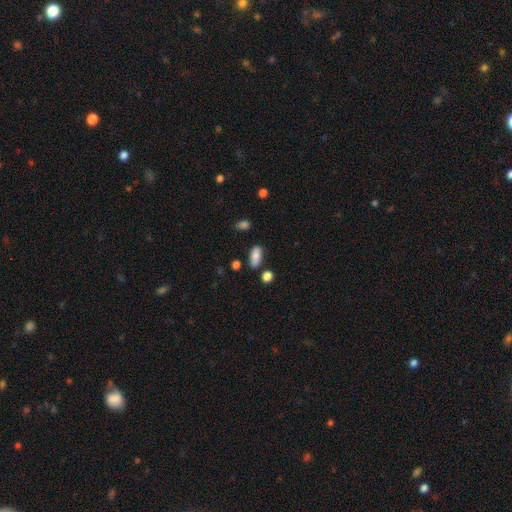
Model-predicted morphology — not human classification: Smooth or featured: smooth — 81% (featured or disk — 11%)
How rounded: in between — 87% (cigar-shaped — 9%)
Merging: none — 80% (minor disturbance — 13%)